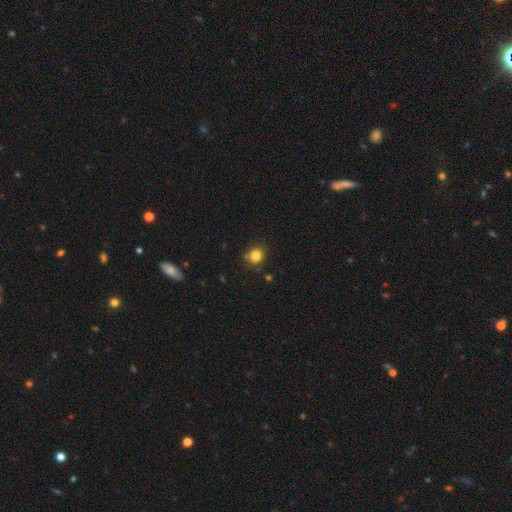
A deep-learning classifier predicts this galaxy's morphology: Smooth or featured: smooth — 82% (star or artifact — 12%)
How rounded: round — 83% (in between — 16%)
Merging: none — 80% (minor disturbance — 14%)